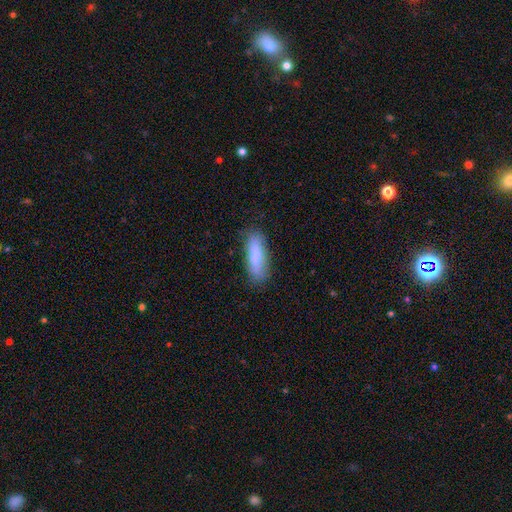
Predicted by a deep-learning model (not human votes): Smooth or featured: smooth — 83% (featured or disk — 10%)
How rounded: cigar-shaped — 58% (in between — 41%)
Merging: none — 81% (minor disturbance — 14%)